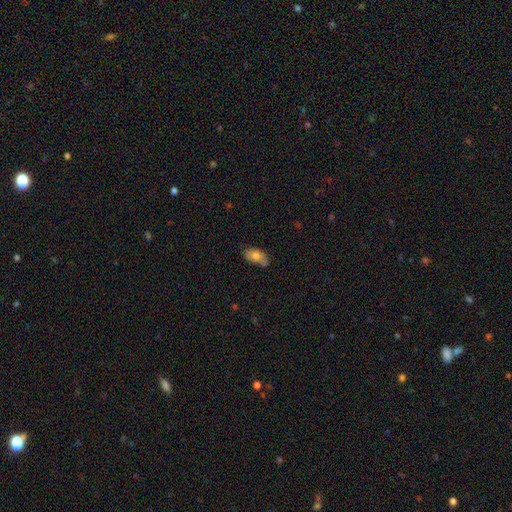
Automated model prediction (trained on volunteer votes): This appears to be a smooth galaxy with no disk features (70%) that is in between round and cigar-shaped (91%). Merging: none (57%).